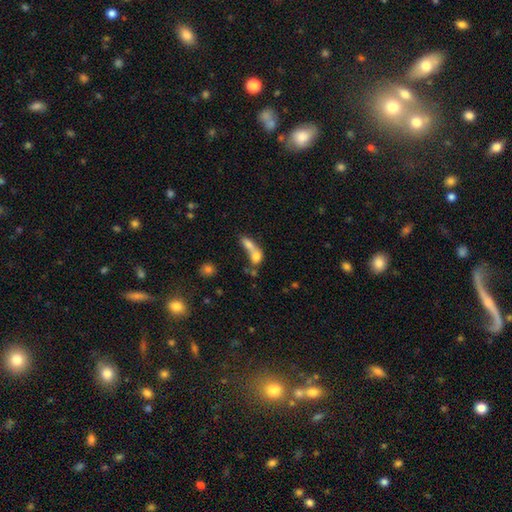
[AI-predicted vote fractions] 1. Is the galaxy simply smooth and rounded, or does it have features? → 68% smooth, 21% featured or disk, 11% star or artifact.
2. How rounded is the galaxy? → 54% in between, 30% round, 16% cigar-shaped.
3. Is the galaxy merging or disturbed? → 71% merger, 16% none, 7% major disturbance, 6% minor disturbance.